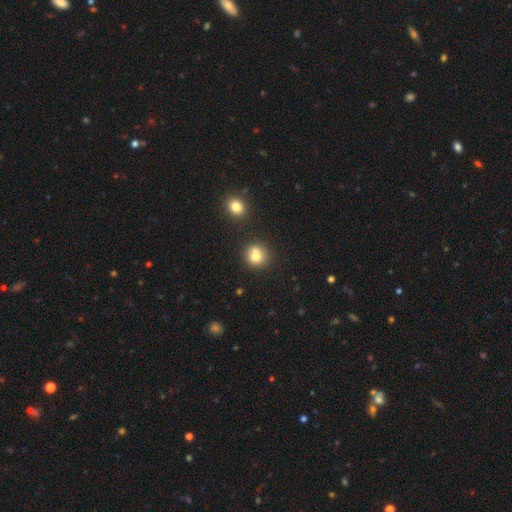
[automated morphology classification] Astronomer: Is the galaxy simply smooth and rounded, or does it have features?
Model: smooth — 75%.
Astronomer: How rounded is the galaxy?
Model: round — 85%.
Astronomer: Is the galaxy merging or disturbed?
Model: none — 51% (runner-up: merger, 35%).